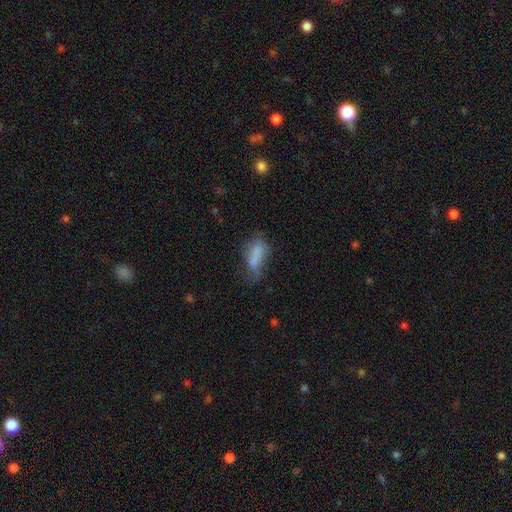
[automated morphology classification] smooth_or_featured: smooth (p=0.72) [alt: featured or disk p=0.17]
how_rounded: in between (p=0.74) [alt: cigar-shaped p=0.22]
merging: none (p=0.33) [alt: minor disturbance p=0.31]